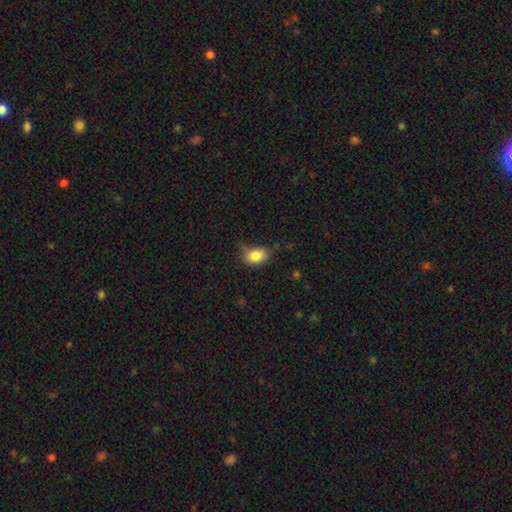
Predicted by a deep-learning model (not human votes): smooth 84%, star or artifact 9%, featured or disk 7%. Down the decision tree: how rounded — in between (71%); merging — none (55%).